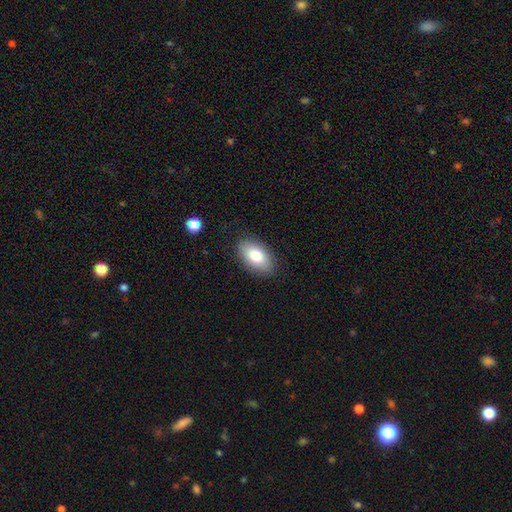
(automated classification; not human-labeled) Smooth or featured: smooth — 80% (featured or disk — 13%)
How rounded: in between — 94% (round — 4%)
Merging: none — 87% (minor disturbance — 10%)